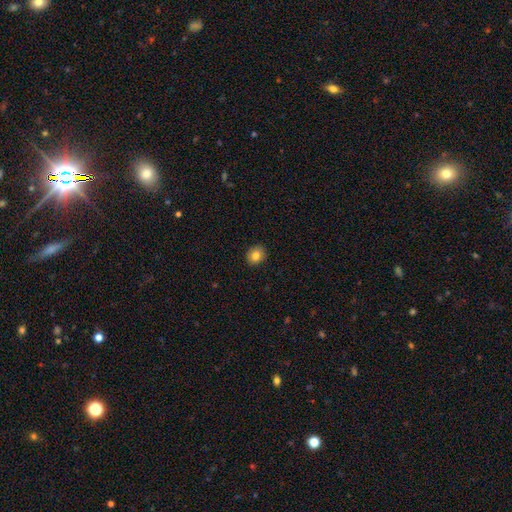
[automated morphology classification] Overall: smooth (82%). How rounded: round (76%). Merging: none (90%).